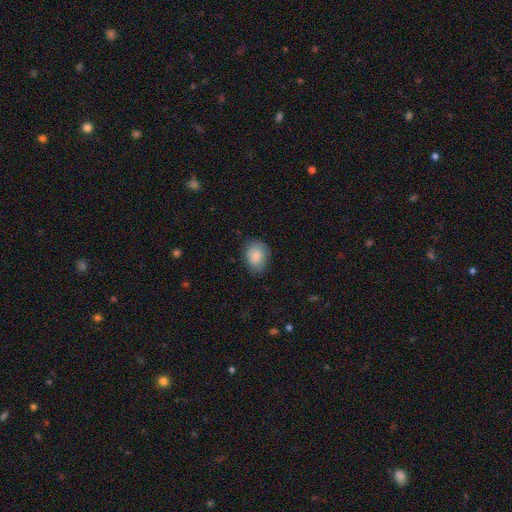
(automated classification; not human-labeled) Overall: smooth (84%). How rounded: in between (70%). Merging: none (74%).